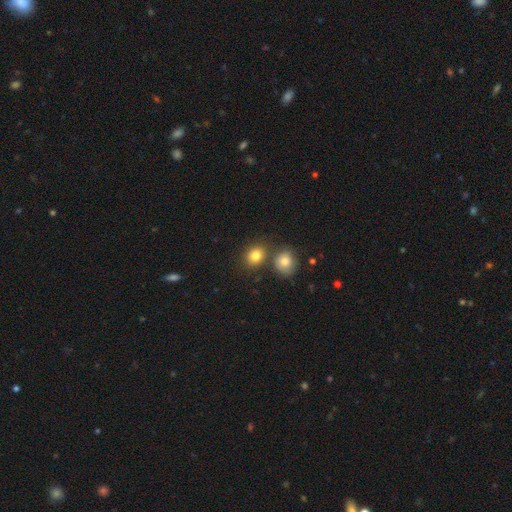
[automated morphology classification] Smooth or featured? smooth (81%)
How rounded? round (60%)
Merging? none (66%)